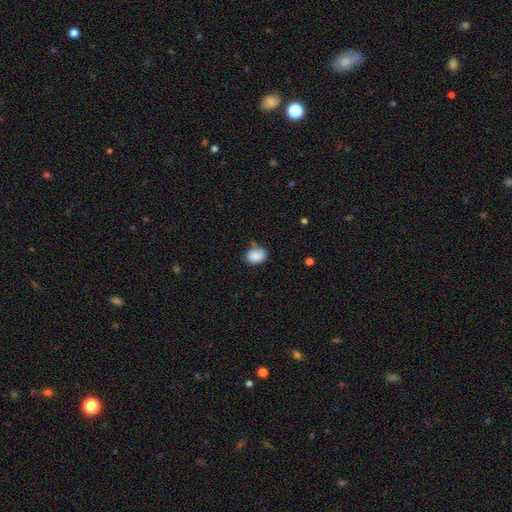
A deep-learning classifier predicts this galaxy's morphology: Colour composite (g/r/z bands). It shows a smooth galaxy with no disk features (86%) that is in between round and cigar-shaped (69%). Merging: none (64%).